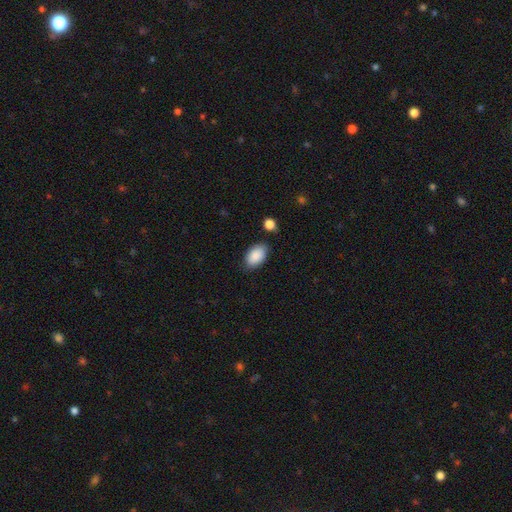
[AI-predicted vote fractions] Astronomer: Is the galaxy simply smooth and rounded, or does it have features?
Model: smooth — 89%.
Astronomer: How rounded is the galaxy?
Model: in between — 93%.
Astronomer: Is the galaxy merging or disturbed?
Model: none — 81%.